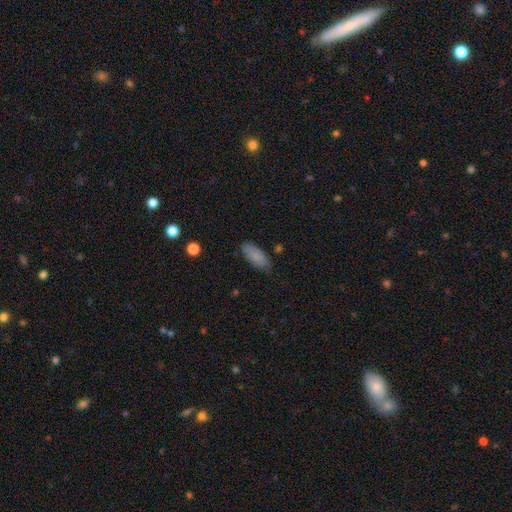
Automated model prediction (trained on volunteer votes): A smooth galaxy with no disk features (85%) that is in between round and cigar-shaped (82%). Merging: none (80%).